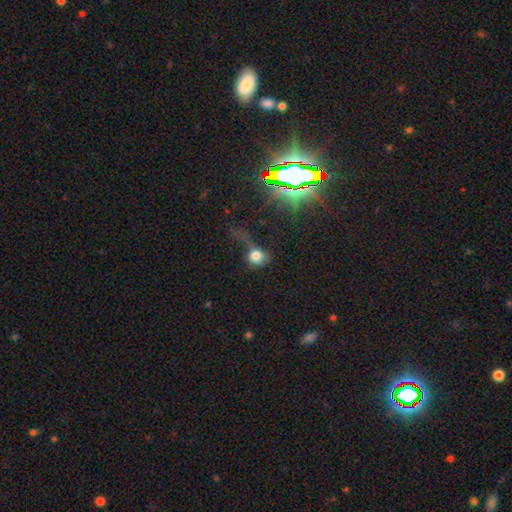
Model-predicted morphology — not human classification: The model was most divided on "merging": major disturbance: 49%, none: 22%, minor disturbance: 19%, merger: 10%. More confident: smooth or featured — smooth (71%); how rounded — round (67%).